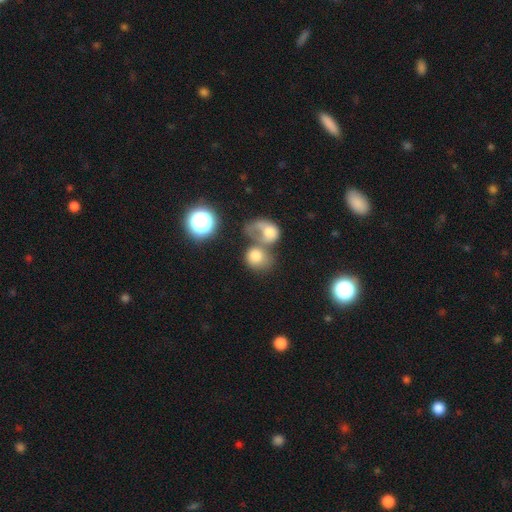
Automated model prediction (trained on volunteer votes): Morphology: type=smooth (72%); roundness=round (64%); merging=merger (59%).